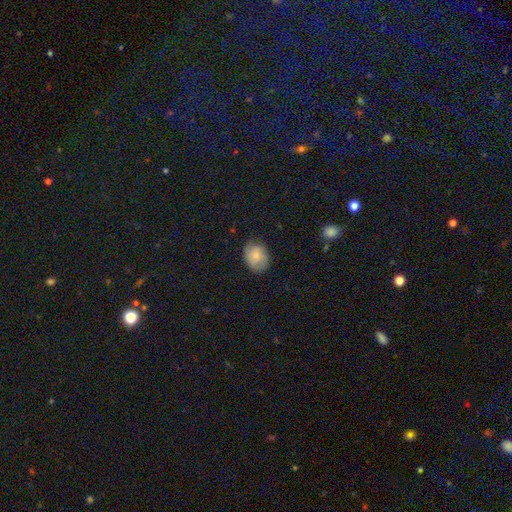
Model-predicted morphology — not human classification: smooth-or-featured: smooth: 76% | featured or disk: 17% | star or artifact: 7%
  how-rounded: in between: 60% | round: 40% | cigar-shaped: 1%
  merging: none: 75% | minor disturbance: 20% | major disturbance: 4% | merger: 1%